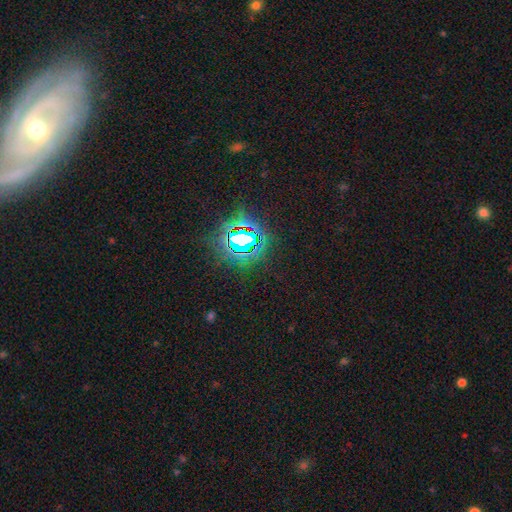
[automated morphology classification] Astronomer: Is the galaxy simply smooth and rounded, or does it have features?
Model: star or artifact — 56%.